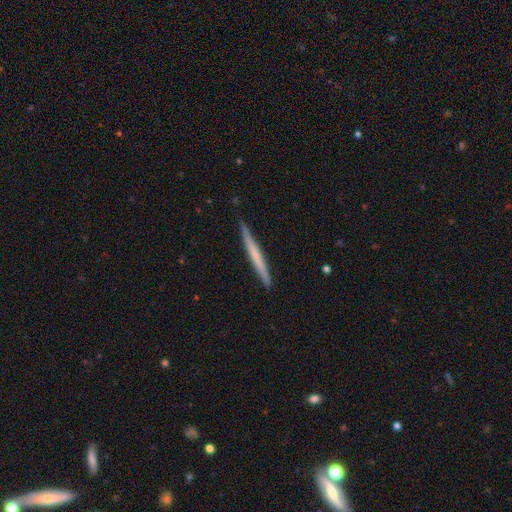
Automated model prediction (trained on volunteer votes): Smooth or featured?
  - smooth: 50% *
  - featured or disk: 44%
  - star or artifact: 6%
How rounded?
  - cigar-shaped: 97% *
  - in between: 2%
  - round: 1%
Merging?
  - none: 90% *
  - minor disturbance: 8%
  - major disturbance: 1%
  - merger: 1%